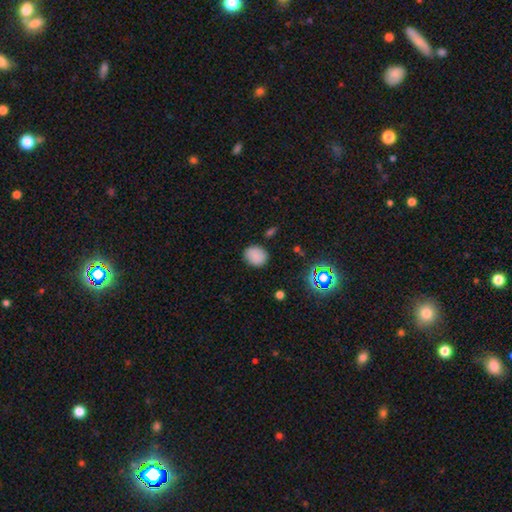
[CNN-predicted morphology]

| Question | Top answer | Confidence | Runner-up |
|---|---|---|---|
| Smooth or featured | smooth | 82% | star or artifact (12%) |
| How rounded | round | 70% | in between (29%) |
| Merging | none | 85% | minor disturbance (10%) |